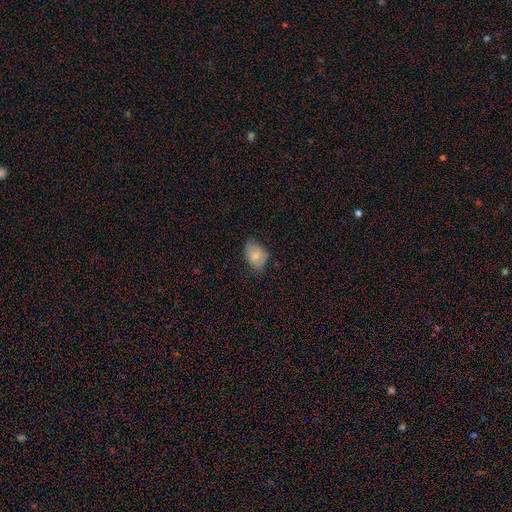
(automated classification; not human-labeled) This appears to be a smooth galaxy with no disk features (72%) that is in between round and cigar-shaped (77%). Merging: none (63%).